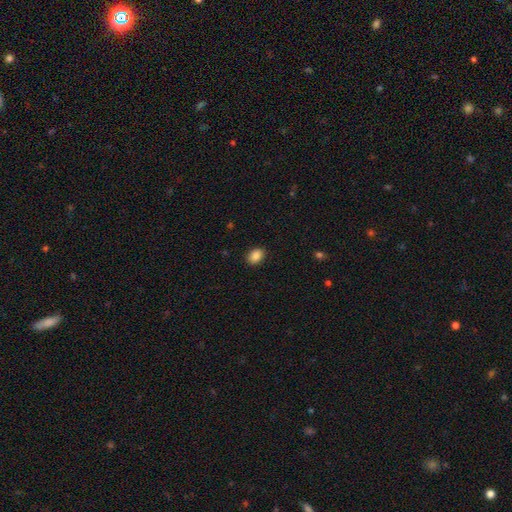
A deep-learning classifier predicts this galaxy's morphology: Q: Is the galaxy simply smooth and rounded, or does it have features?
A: smooth — 87%.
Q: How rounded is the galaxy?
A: in between — 72%.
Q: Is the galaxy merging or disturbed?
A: none — 90%.